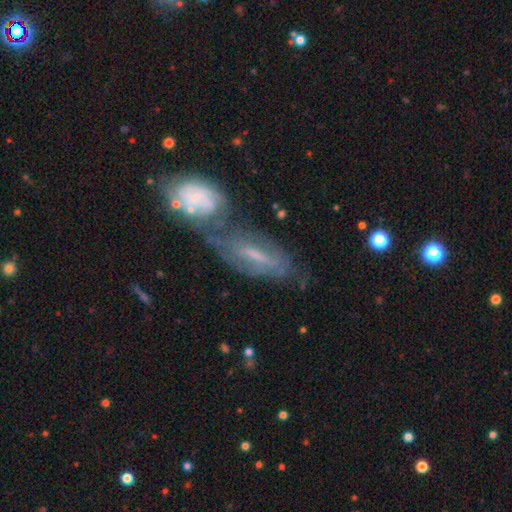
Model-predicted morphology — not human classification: smooth-or-featured: featured or disk: 63% | smooth: 26% | star or artifact: 11%
  disk-edge-on: no: 82% | yes: 18%
    bar: weak: 42% | no: 32% | strong: 25%
    has-spiral-arms: yes: 69% | no: 31%
    bulge-size: small: 45% | moderate: 27% | none: 22% | large: 4% | dominant: 2%
  merging: none: 36% (tied) | merger: 36% (tied) | minor disturbance: 17% | major disturbance: 11%